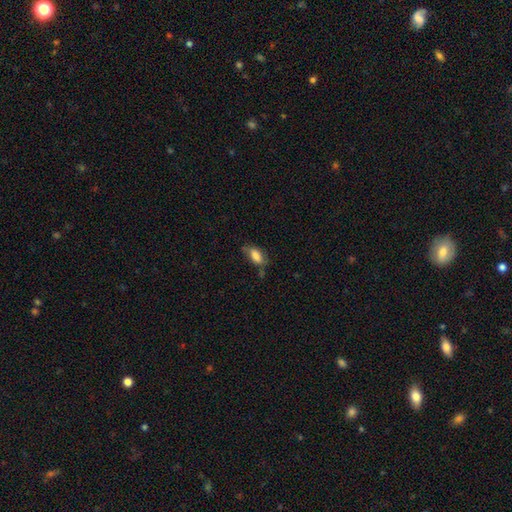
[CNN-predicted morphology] type=smooth (80%); roundness=in between (87%); merging=none (52%).